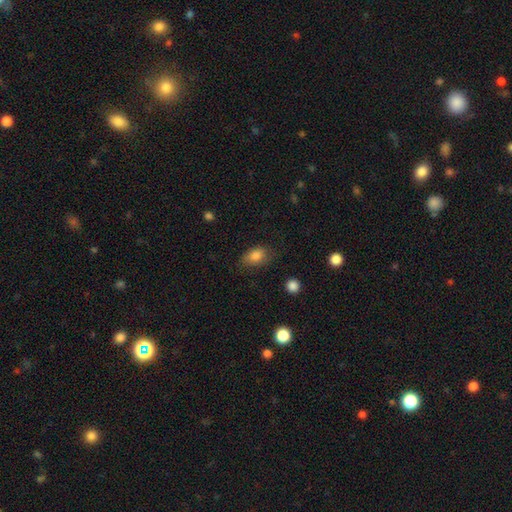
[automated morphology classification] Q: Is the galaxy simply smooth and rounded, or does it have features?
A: smooth — 83%.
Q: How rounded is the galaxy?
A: in between — 84%.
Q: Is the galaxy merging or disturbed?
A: none — 73%.